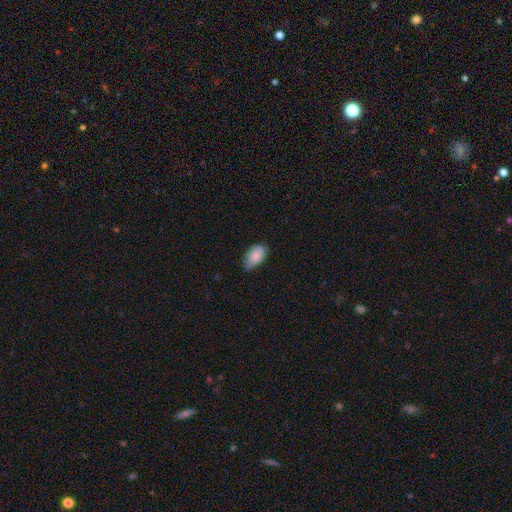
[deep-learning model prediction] This is clearly a smooth galaxy (84%). How rounded: clearly in between (93%). Merging: likely none (61%).